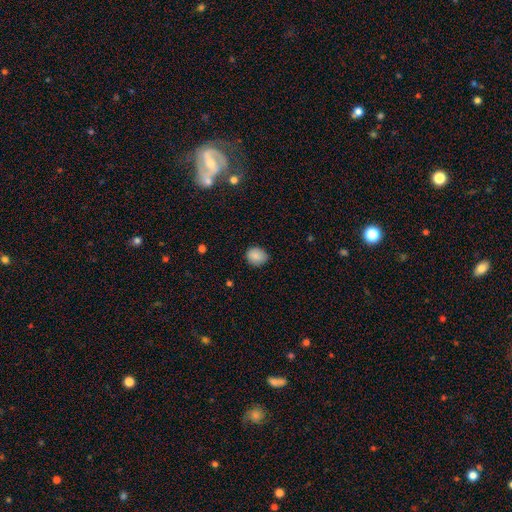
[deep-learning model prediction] smooth-or-featured: smooth: 87% | star or artifact: 8% | featured or disk: 5%
  how-rounded: round: 61% | in between: 38% | cigar-shaped: 1%
  merging: none: 81% | minor disturbance: 15% | major disturbance: 3% | merger: 1%